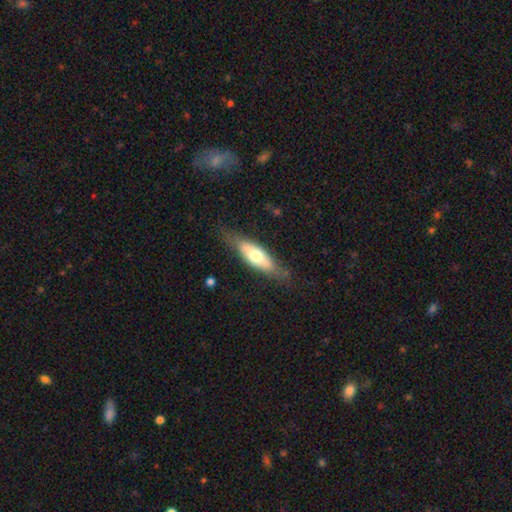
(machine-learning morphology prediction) A smooth galaxy with no disk features (53%) that is in between round and cigar-shaped (58%). Merging: none (70%).